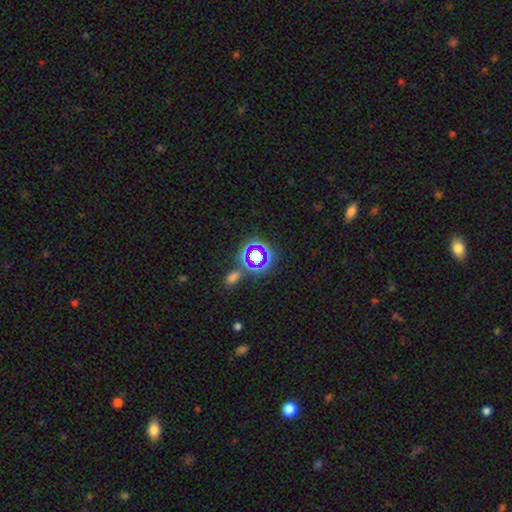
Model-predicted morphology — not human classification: type=star or artifact (57%).